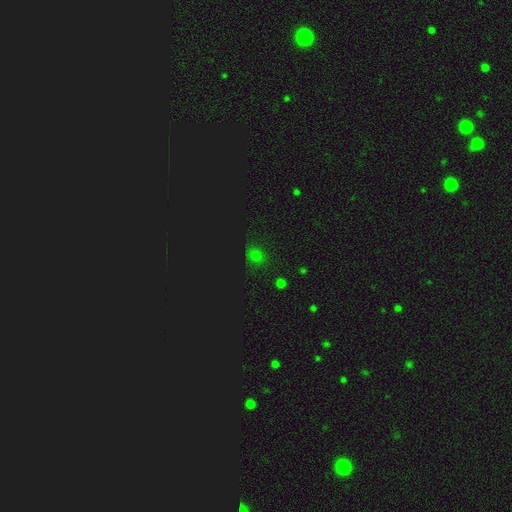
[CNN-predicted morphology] Smooth or featured? Predicted: smooth (p=0.64). How rounded? Predicted: round (p=0.74). Merging? Predicted: none (p=0.81).